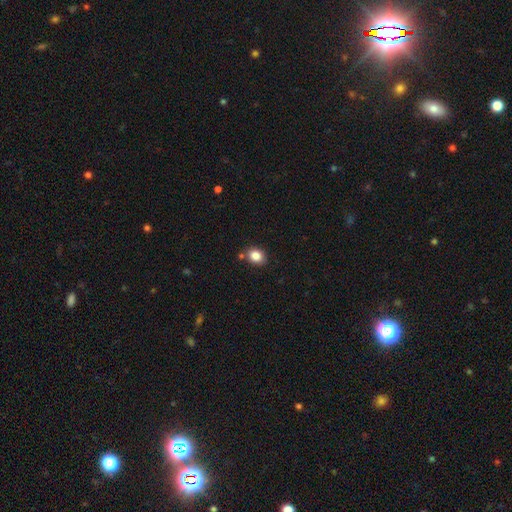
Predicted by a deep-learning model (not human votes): A smooth galaxy with no disk features (85%) that is in between round and cigar-shaped (54%).

Vote fractions:
- Smooth or featured? smooth: 85% / star or artifact: 10% / featured or disk: 6%
- How rounded? in between: 54% / round: 45% / cigar-shaped: 1%
- Merging? none: 79% / minor disturbance: 12% / merger: 7% / major disturbance: 3%